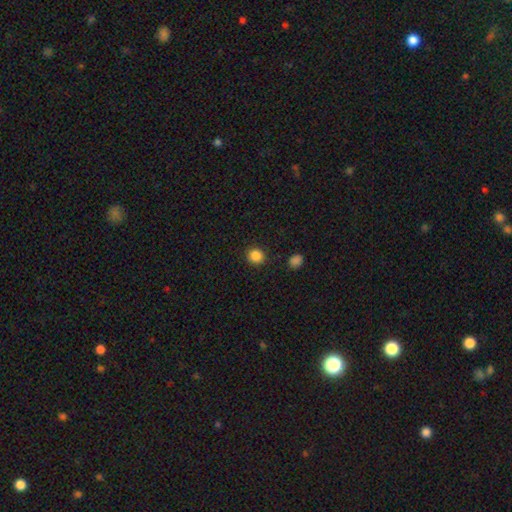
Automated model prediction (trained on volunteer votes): A smooth galaxy with no disk features (86%) that is round (90%).

Vote fractions:
- Smooth or featured? smooth: 86% / star or artifact: 11% / featured or disk: 4%
- How rounded? round: 90% / in between: 9% / cigar-shaped: 1%
- Merging? none: 91% / minor disturbance: 6% / major disturbance: 2% / merger: 2%